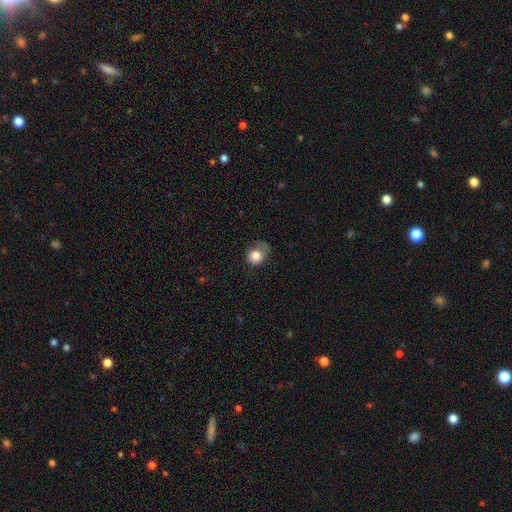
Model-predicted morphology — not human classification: A smooth galaxy with no disk features (82%) that is round (75%). Merging: none (45%).